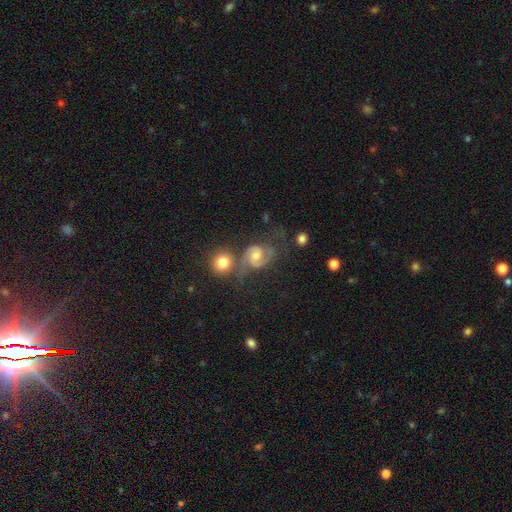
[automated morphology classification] smooth-or-featured: featured or disk: 71% | smooth: 18% | star or artifact: 11%
  disk-edge-on: no: 97% | yes: 3%
    bar: no: 63% | weak: 31% | strong: 6%
    has-spiral-arms: yes: 91% | no: 9%
      spiral-winding: medium: 50% | tight: 30% | loose: 20%
      spiral-arm-count: 2: 81% | can't tell: 9% | 1: 5% | 3: 2% | 4: 1% | more than 4: 1%
    bulge-size: moderate: 63% | small: 26% | large: 7% | none: 3% | dominant: 2%
  merging: none: 47% | minor disturbance: 19% | major disturbance: 18% | merger: 16%